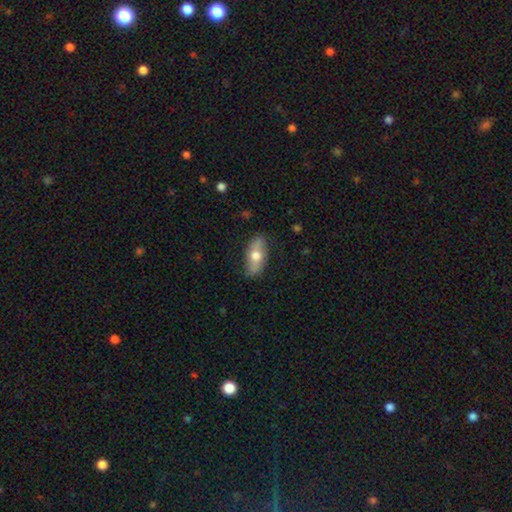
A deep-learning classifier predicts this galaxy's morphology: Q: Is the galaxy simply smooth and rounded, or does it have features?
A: smooth — 57%.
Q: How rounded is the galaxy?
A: in between — 82%.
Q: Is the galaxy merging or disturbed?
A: none — 80%.